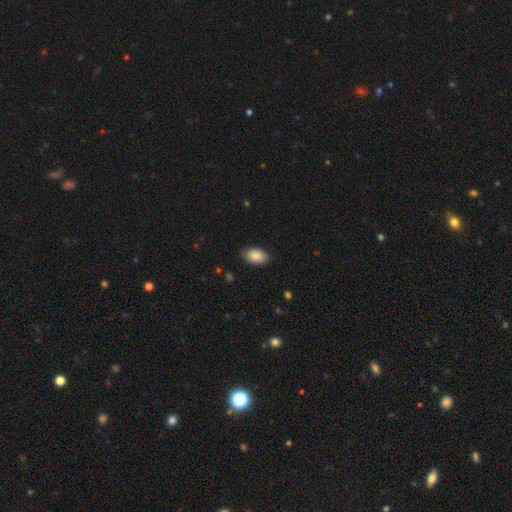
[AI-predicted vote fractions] Overall: smooth (89%). How rounded: in between (93%). Merging: none (86%).